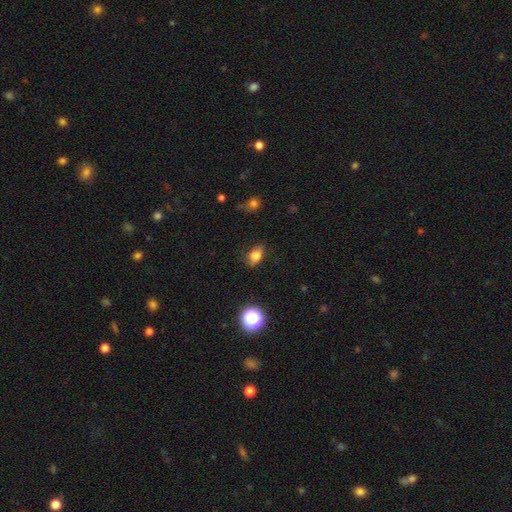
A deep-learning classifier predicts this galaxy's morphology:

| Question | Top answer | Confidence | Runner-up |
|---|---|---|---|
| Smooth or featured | smooth | 79% | star or artifact (12%) |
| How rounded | in between | 79% | round (19%) |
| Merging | none | 71% | minor disturbance (22%) |